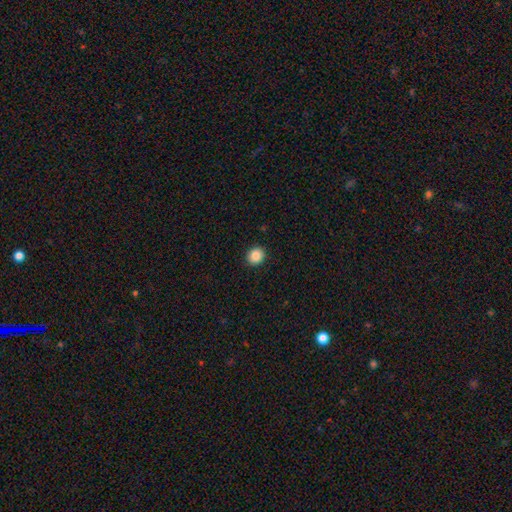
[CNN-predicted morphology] Smooth or featured?
  - smooth: 86% *
  - star or artifact: 9%
  - featured or disk: 4%
How rounded?
  - round: 78% *
  - in between: 21%
  - cigar-shaped: 1%
Merging?
  - none: 90% *
  - minor disturbance: 7%
  - major disturbance: 2%
  - merger: 1%